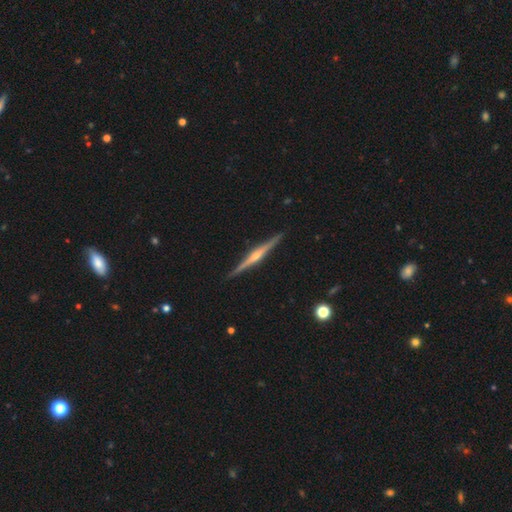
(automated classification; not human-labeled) The model was most divided on "smooth or featured": featured or disk: 84%, smooth: 11%, star or artifact: 5%. More confident: edge-on disk — yes (98%); merging — none (92%); edge-on bulge — rounded (85%).